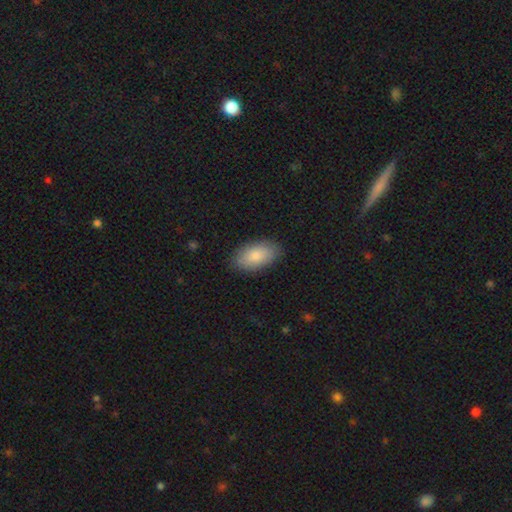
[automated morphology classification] Smooth or featured? smooth (84%)
How rounded? in between (94%)
Merging? none (85%)